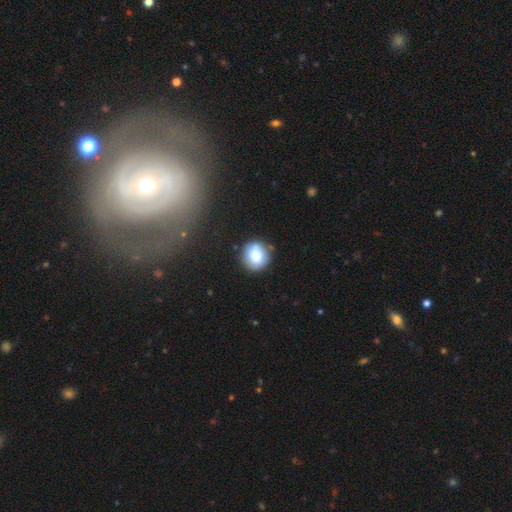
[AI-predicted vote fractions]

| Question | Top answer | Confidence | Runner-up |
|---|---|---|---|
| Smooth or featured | smooth | 76% | featured or disk (14%) |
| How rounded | round | 86% | in between (13%) |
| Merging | none | 81% | minor disturbance (12%) |